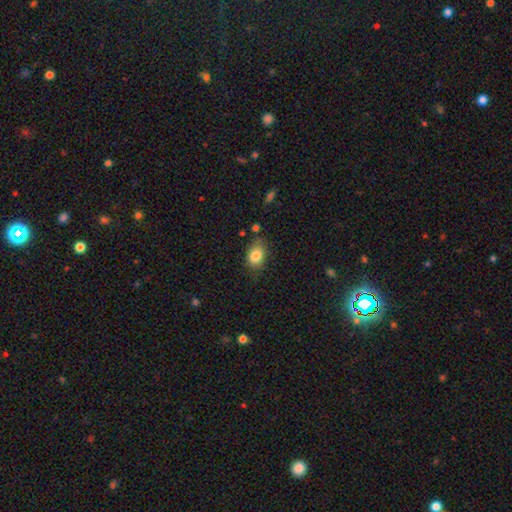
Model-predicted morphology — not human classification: The model was most divided on "merging": none: 72%, minor disturbance: 20%, major disturbance: 4%, merger: 3%. More confident: smooth or featured — smooth (83%); how rounded — in between (77%).